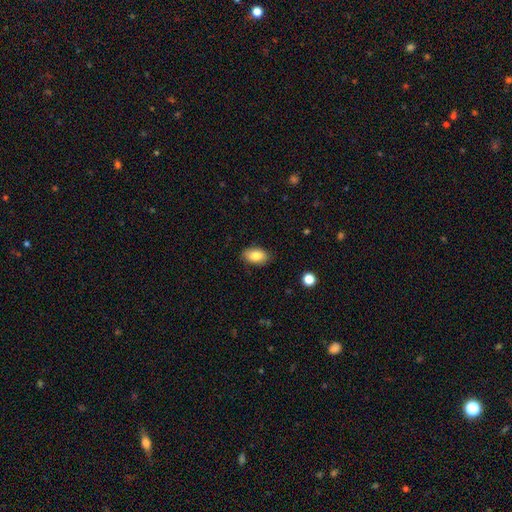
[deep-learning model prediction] A smooth galaxy with no disk features (85%) that is in between round and cigar-shaped (92%). Merging: none (86%).